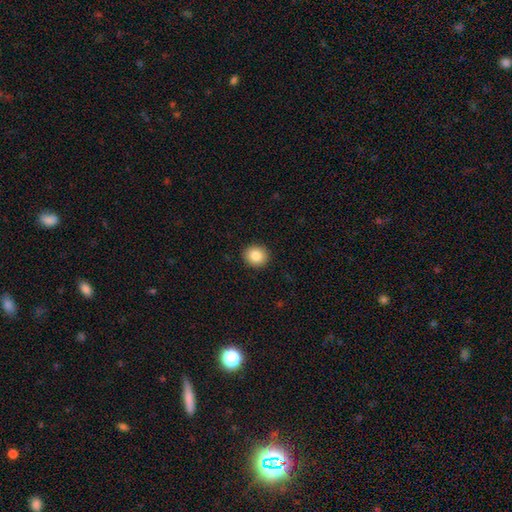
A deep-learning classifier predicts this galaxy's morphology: A smooth galaxy with no disk features (84%) that is round (86%).

Vote fractions:
- Smooth or featured? smooth: 84% / star or artifact: 9% / featured or disk: 7%
- How rounded? round: 86% / in between: 13% / cigar-shaped: 1%
- Merging? none: 92% / minor disturbance: 5% / major disturbance: 2% / merger: 1%